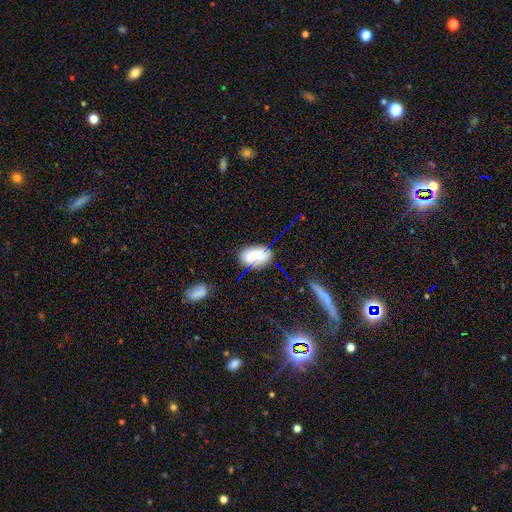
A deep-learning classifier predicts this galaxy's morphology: Smooth or featured?
  - smooth: 59% *
  - featured or disk: 26%
  - star or artifact: 15%
How rounded?
  - in between: 88% *
  - round: 9%
  - cigar-shaped: 3%
Merging?
  - none: 63% *
  - minor disturbance: 21%
  - merger: 9%
  - major disturbance: 7%